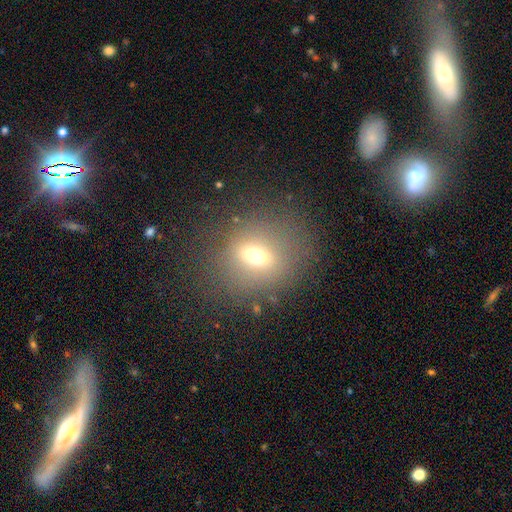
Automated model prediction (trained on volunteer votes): Smooth or featured: smooth — 58% (featured or disk — 25%)
How rounded: round — 55% (in between — 42%)
Merging: none — 76% (minor disturbance — 13%)